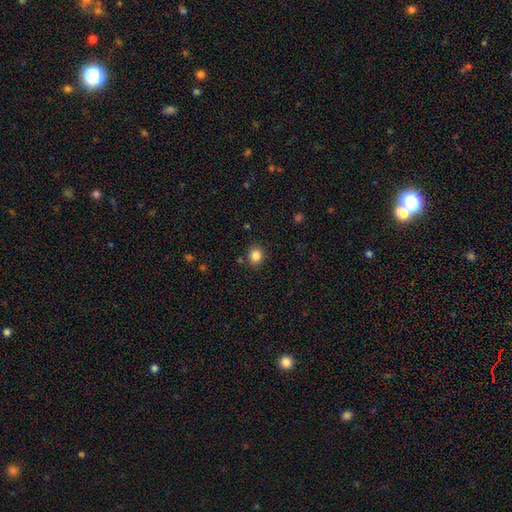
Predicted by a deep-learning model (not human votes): Overall: smooth (85%). How rounded: round (78%). Merging: none (85%).